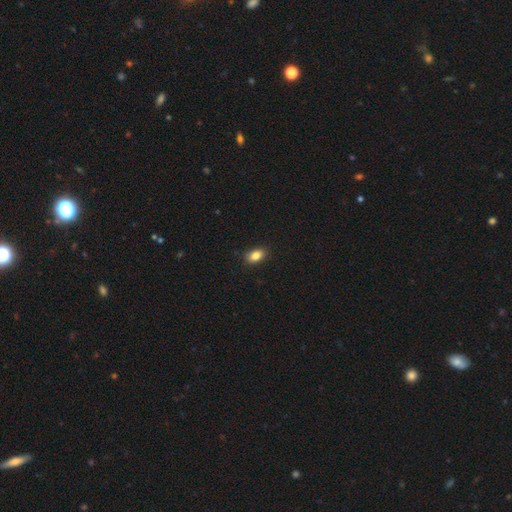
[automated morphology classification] Smooth or featured? smooth (85%)
How rounded? in between (86%)
Merging? none (87%)